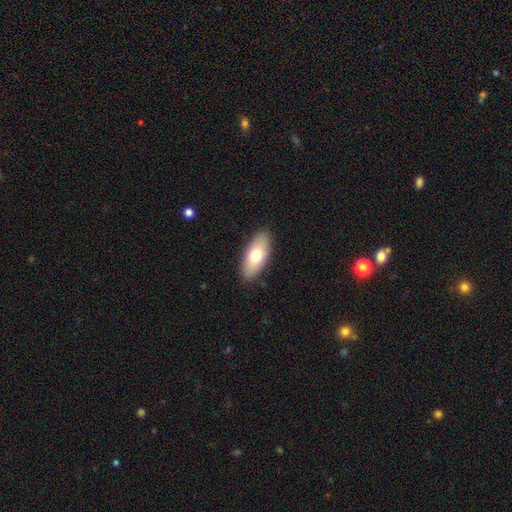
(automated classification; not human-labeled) Overall: smooth (72%). How rounded: in between (87%). Merging: none (88%).